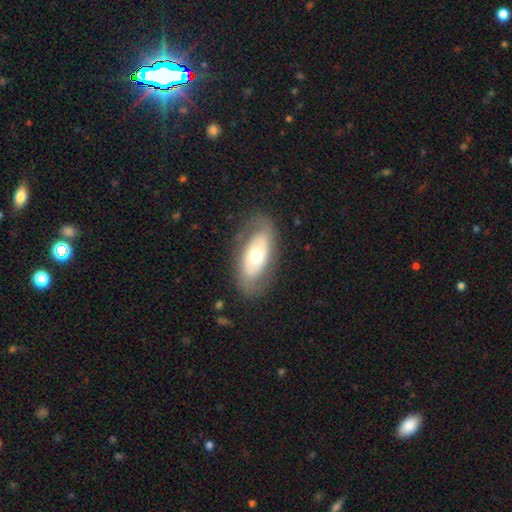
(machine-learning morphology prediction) featured or disk 53%, smooth 41%, star or artifact 6%. Down the decision tree: edge-on disk — no (87%); merging — none (76%).